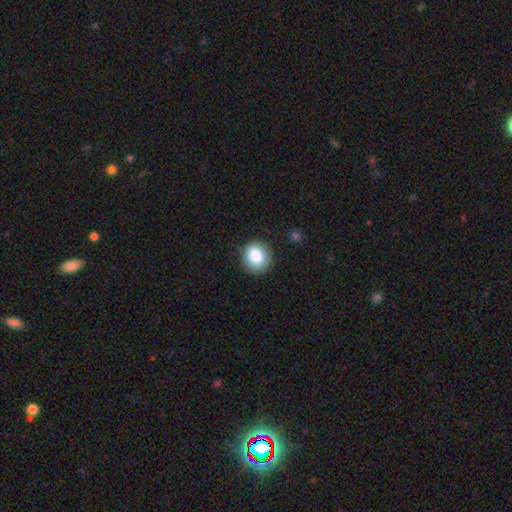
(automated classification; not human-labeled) This is clearly a smooth galaxy (81%). How rounded: clearly round (84%). Merging: clearly none (86%).